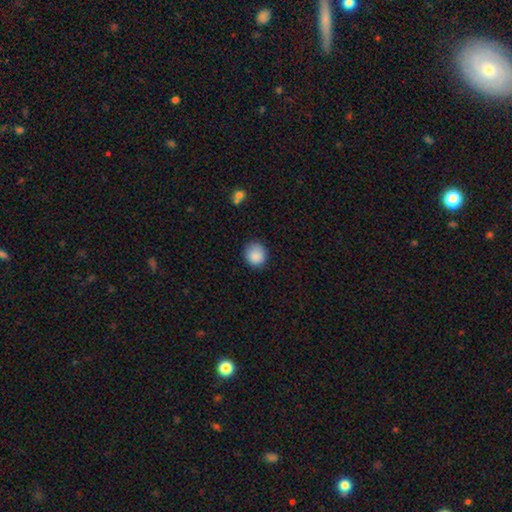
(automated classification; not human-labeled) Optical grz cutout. It shows a smooth galaxy with no disk features (88%) that is round (84%). Merging: none (80%).